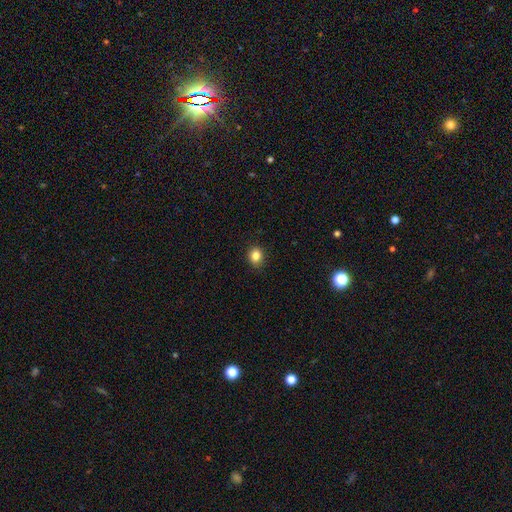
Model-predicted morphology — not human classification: smooth-or-featured: smooth: 85% | star or artifact: 11% | featured or disk: 5%
  how-rounded: round: 65% | in between: 34% | cigar-shaped: 1%
  merging: none: 88% | minor disturbance: 9% | major disturbance: 2% | merger: 1%